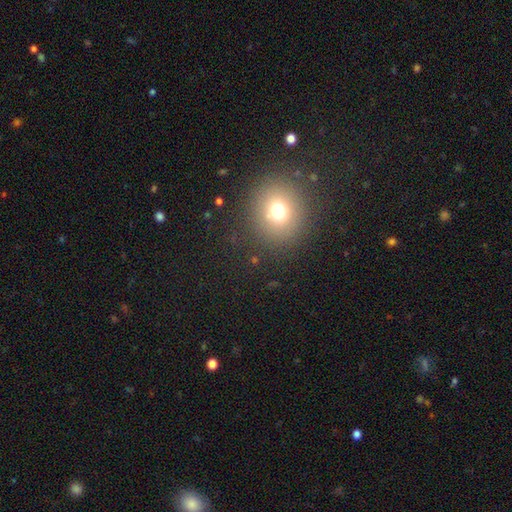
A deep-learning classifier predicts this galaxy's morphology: Smooth or featured?
  - smooth: 65% *
  - star or artifact: 27%
  - featured or disk: 9%
How rounded?
  - round: 87% *
  - in between: 12%
  - cigar-shaped: 1%
Merging?
  - none: 89% *
  - minor disturbance: 6%
  - major disturbance: 3%
  - merger: 1%